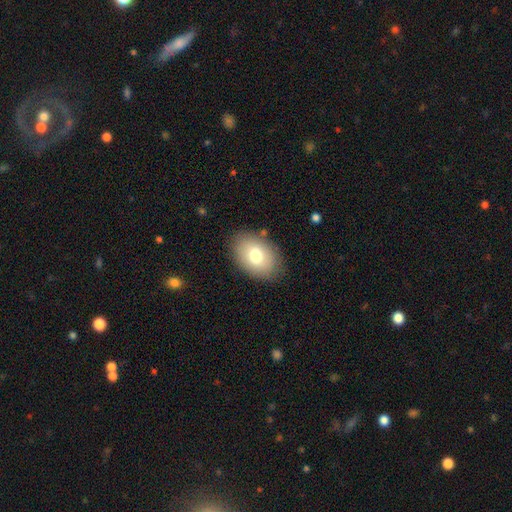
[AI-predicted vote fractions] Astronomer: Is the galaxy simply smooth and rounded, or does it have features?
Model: smooth — 75%.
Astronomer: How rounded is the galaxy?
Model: in between — 83%.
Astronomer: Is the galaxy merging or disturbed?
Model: none — 83%.